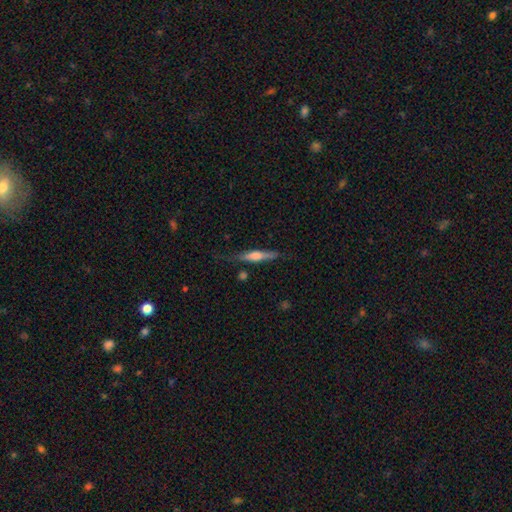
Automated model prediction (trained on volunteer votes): Overall: featured or disk (50%; smooth 44%). Merging: none (71%).